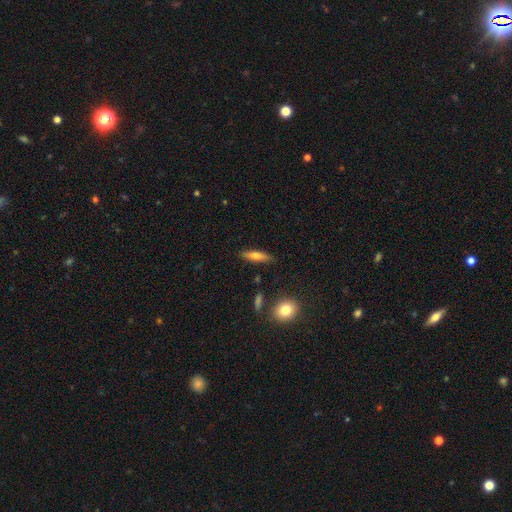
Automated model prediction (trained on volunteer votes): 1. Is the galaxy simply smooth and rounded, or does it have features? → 63% smooth, 30% featured or disk, 7% star or artifact.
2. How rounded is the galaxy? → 71% cigar-shaped, 26% in between, 2% round.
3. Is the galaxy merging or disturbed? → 85% none, 11% minor disturbance, 2% merger, 2% major disturbance.